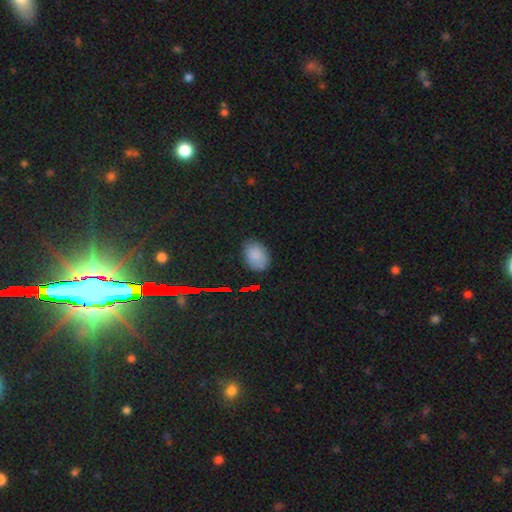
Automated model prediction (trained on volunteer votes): Overall: smooth (81%). How rounded: in between (76%). Merging: none (80%).